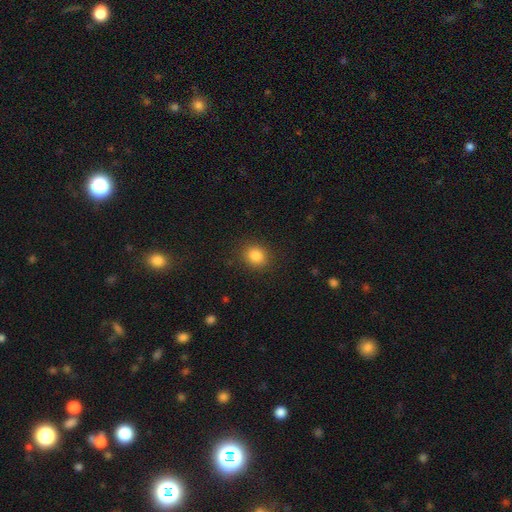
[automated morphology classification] Smooth or featured: smooth — 85% (star or artifact — 11%)
How rounded: round — 69% (in between — 30%)
Merging: none — 88% (minor disturbance — 8%)